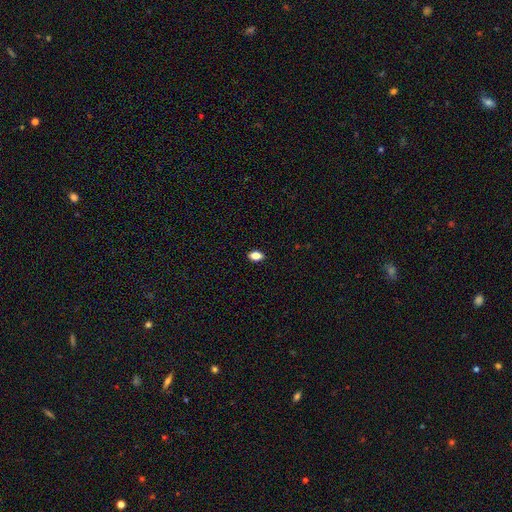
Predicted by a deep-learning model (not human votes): Overall: smooth (86%). How rounded: in between (88%). Merging: none (90%).